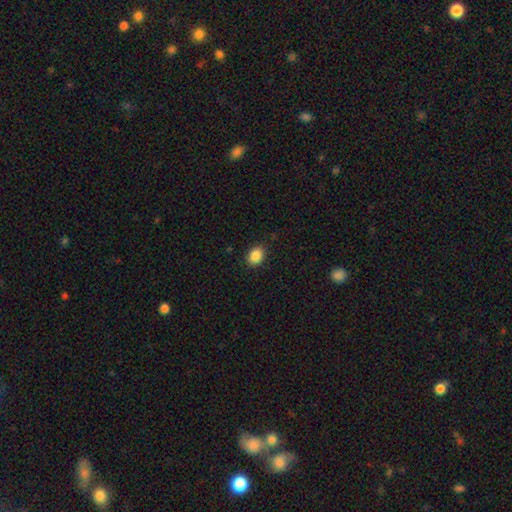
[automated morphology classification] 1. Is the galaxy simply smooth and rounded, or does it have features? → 87% smooth, 9% star or artifact, 4% featured or disk.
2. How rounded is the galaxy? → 58% in between, 41% round, 1% cigar-shaped.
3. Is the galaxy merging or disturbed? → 89% none, 8% minor disturbance, 2% major disturbance, 1% merger.